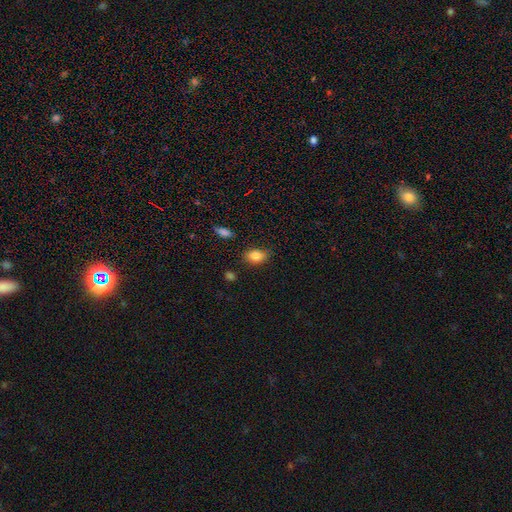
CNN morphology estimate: A smooth galaxy with no disk features (83%) that is in between round and cigar-shaped (81%).

Vote fractions:
- Smooth or featured? smooth: 83% / star or artifact: 9% / featured or disk: 7%
- How rounded? in between: 81% / round: 17% / cigar-shaped: 2%
- Merging? none: 83% / minor disturbance: 12% / major disturbance: 3% / merger: 2%